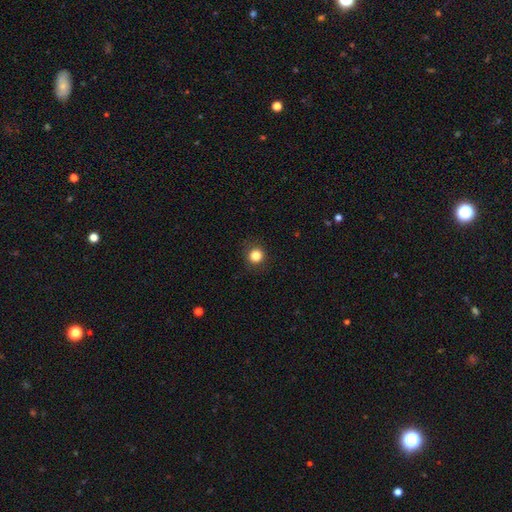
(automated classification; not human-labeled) A smooth galaxy with no disk features (84%) that is round (93%). Merging: none (90%).